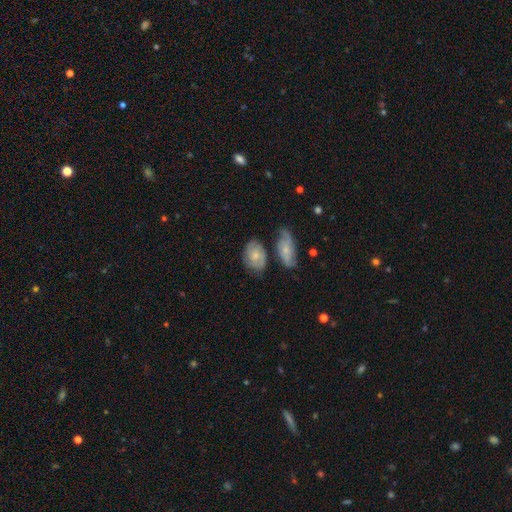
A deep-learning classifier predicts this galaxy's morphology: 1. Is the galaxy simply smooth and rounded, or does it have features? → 50% featured or disk, 43% smooth, 7% star or artifact.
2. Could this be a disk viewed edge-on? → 94% no, 6% yes.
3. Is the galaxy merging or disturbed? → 55% none, 21% minor disturbance, 15% merger, 9% major disturbance.